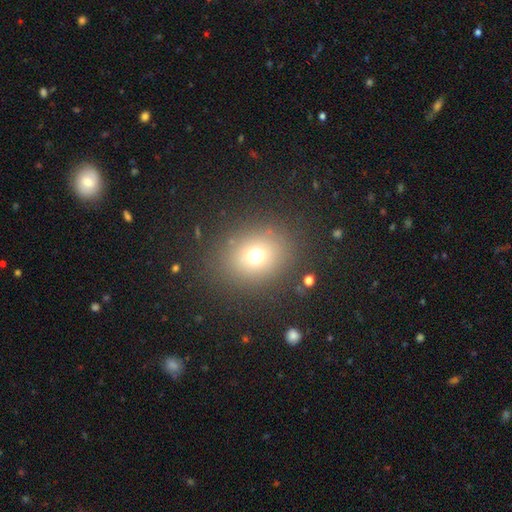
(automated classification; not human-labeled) This appears to be a smooth galaxy with no disk features (69%) that is round (75%). Merging: none (85%).